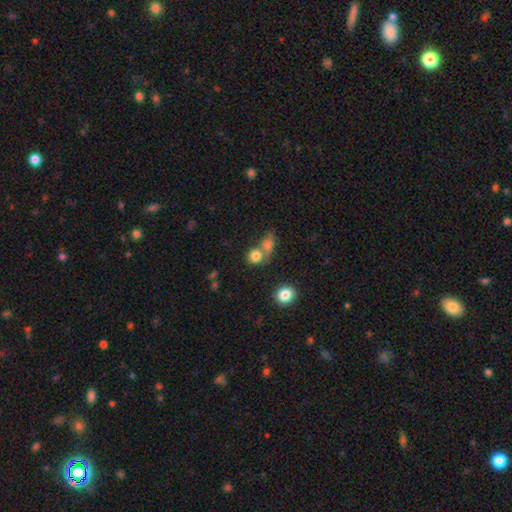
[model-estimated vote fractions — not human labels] A smooth galaxy with no disk features (81%) that is round (81%). Merging: none (46%).